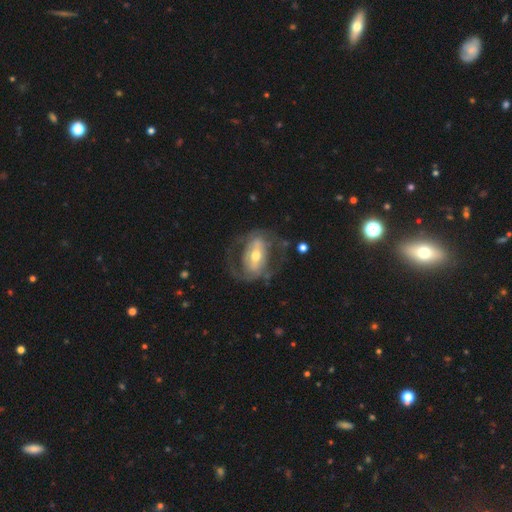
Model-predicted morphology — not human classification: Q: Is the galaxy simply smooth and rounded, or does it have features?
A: featured or disk — 77%.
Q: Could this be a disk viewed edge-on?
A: no — 94%.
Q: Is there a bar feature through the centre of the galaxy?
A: strong — 51%.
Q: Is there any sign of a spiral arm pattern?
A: yes — 72%.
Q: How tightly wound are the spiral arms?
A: medium — 45%.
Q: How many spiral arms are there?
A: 2 — 76%.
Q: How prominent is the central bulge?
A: moderate — 64%.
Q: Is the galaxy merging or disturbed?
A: none — 61%.